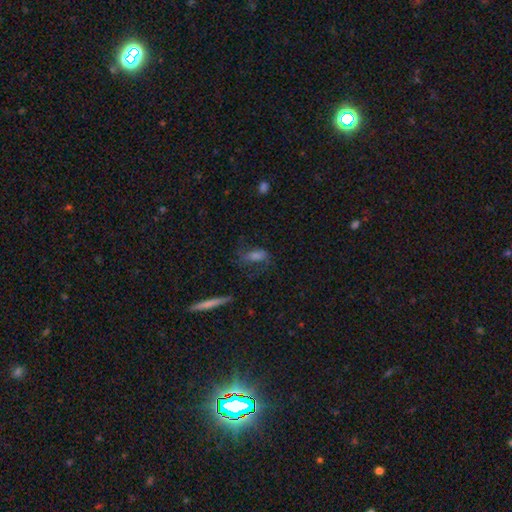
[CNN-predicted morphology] Overall: featured or disk (46%; smooth 39%). Merging: none (59%; minor disturbance 20%).